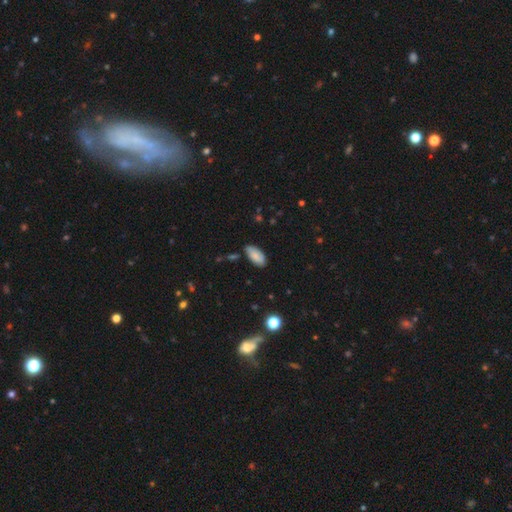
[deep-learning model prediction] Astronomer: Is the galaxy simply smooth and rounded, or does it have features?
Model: smooth — 81%.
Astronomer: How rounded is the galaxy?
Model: in between — 93%.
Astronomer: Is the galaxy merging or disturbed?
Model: none — 71%.